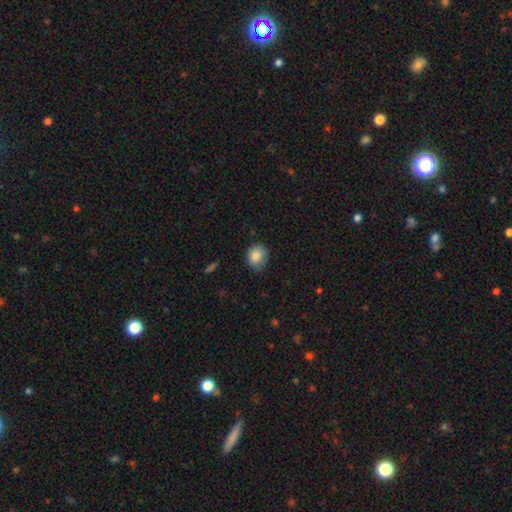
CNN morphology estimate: Smooth or featured?
  - smooth: 85% *
  - star or artifact: 8%
  - featured or disk: 7%
How rounded?
  - round: 58% *
  - in between: 41%
  - cigar-shaped: 1%
Merging?
  - none: 59% *
  - minor disturbance: 32%
  - major disturbance: 7%
  - merger: 1%